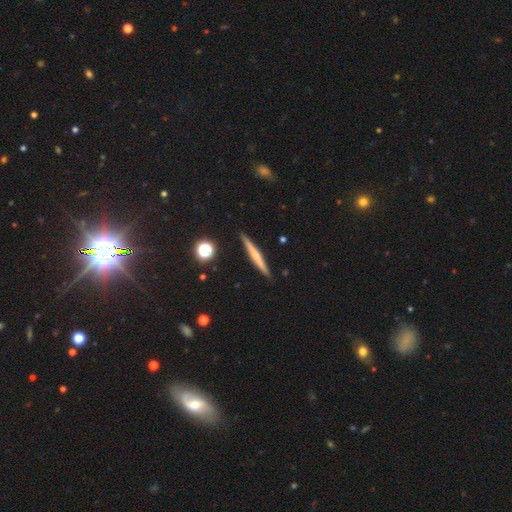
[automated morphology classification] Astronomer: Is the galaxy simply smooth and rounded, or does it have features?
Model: featured or disk — 50% (runner-up: smooth, 42%).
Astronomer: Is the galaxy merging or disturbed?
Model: none — 90%.